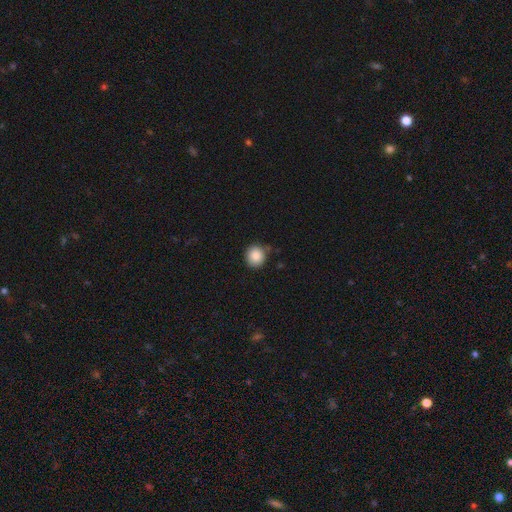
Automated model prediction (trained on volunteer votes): A smooth galaxy with no disk features (87%) that is round (90%).

Vote fractions:
- Smooth or featured? smooth: 87% / star or artifact: 9% / featured or disk: 4%
- How rounded? round: 90% / in between: 9% / cigar-shaped: 1%
- Merging? none: 83% / minor disturbance: 12% / merger: 3% / major disturbance: 2%